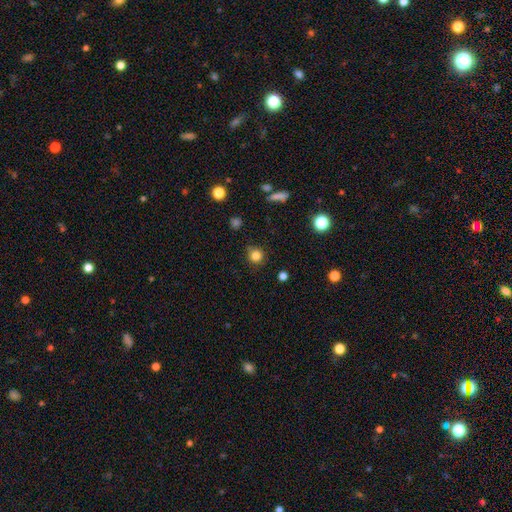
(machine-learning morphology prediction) smooth_or_featured: smooth (p=0.82) [alt: star or artifact p=0.13]
how_rounded: round (p=0.92) [alt: in between p=0.07]
merging: none (p=0.84) [alt: minor disturbance p=0.11]